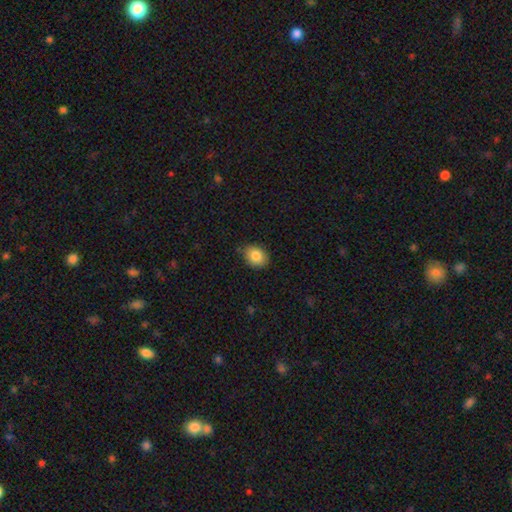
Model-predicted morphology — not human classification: The model was most divided on "how rounded": in between: 60%, round: 39%, cigar-shaped: 1%. More confident: smooth or featured — smooth (85%); merging — none (78%).